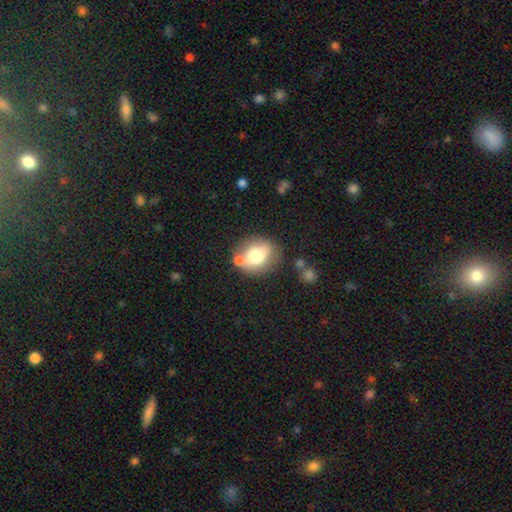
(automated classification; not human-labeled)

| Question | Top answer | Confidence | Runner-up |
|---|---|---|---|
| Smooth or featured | smooth | 69% | featured or disk (22%) |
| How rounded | round | 51% | in between (48%) |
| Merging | none | 64% | minor disturbance (17%) |